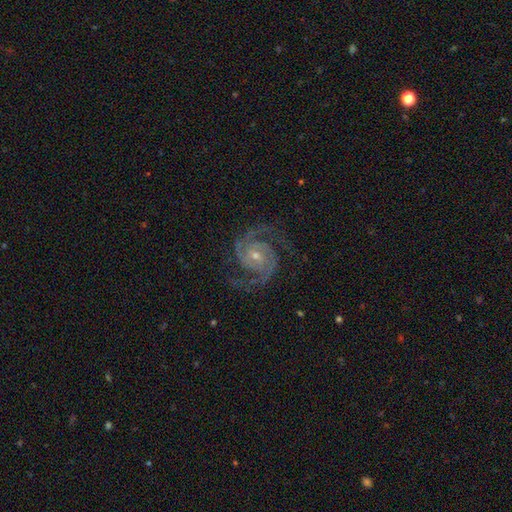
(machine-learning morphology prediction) Smooth or featured: featured or disk — 93% (star or artifact — 4%)
Edge-on disk: no — 98% (yes — 2%)
Bar: no — 62% (weak — 29%)
Spiral arms: yes — 99% (no — 1%)
Spiral winding: medium — 50% (tight — 43%)
Spiral arm count: 2 — 86% (3 — 7%)
Bulge size: small — 62% (moderate — 35%)
Merging: none — 79% (minor disturbance — 13%)